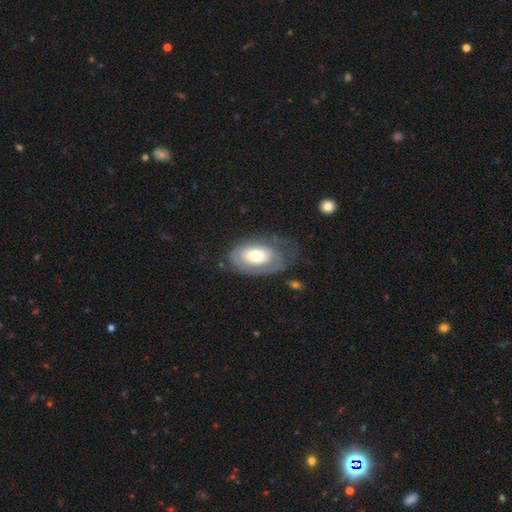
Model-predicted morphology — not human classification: A featured or disk galaxy (56%) with no bar (76%), spiral arms (57%) and a moderate central bulge (54%).

Vote fractions:
- Smooth or featured? featured or disk: 56% / smooth: 38% / star or artifact: 6%
- Edge-on disk? no: 93% / yes: 7%
- Bar? no: 76% / weak: 18% / strong: 6%
- Spiral arms? yes: 57% / no: 43%
- Bulge size? moderate: 54% / large: 26% / small: 16% / dominant: 3% / none: 1%
- Merging? none: 48% / minor disturbance: 27% / major disturbance: 23% / merger: 2%